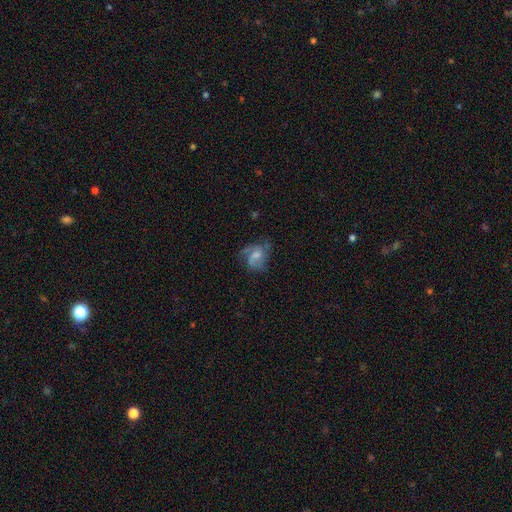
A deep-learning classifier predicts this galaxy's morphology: Smooth or featured? Predicted: featured or disk (p=0.56). Edge-on disk? Predicted: no (p=0.97). Bar? Predicted: no (p=0.55). Spiral arms? Predicted: yes (p=0.77). Bulge size? Predicted: moderate (p=0.36). Merging? Predicted: none (p=0.45).